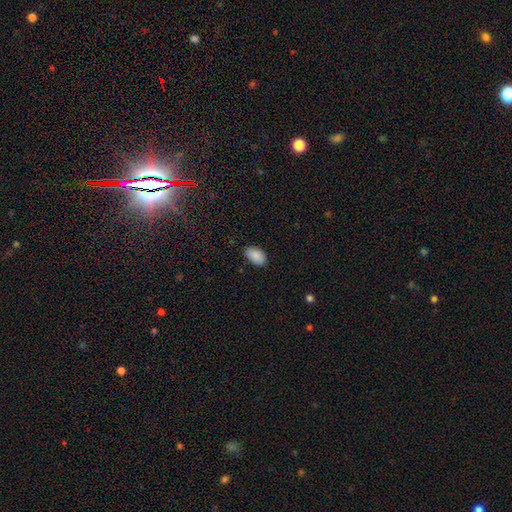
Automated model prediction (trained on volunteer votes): Smooth or featured? smooth (89%)
How rounded? in between (94%)
Merging? none (82%)